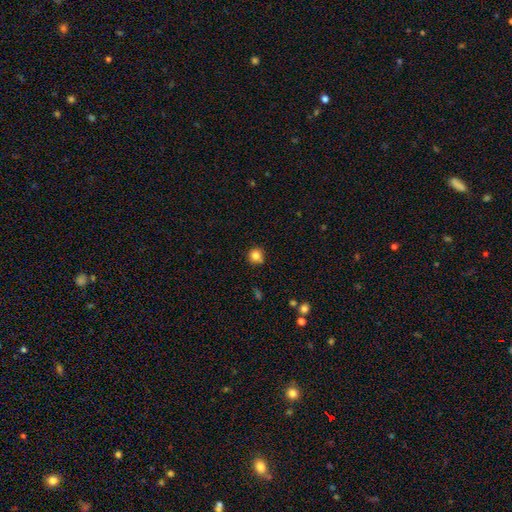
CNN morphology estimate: This appears to be a smooth galaxy with no disk features (82%) that is round (92%). Merging: none (79%).